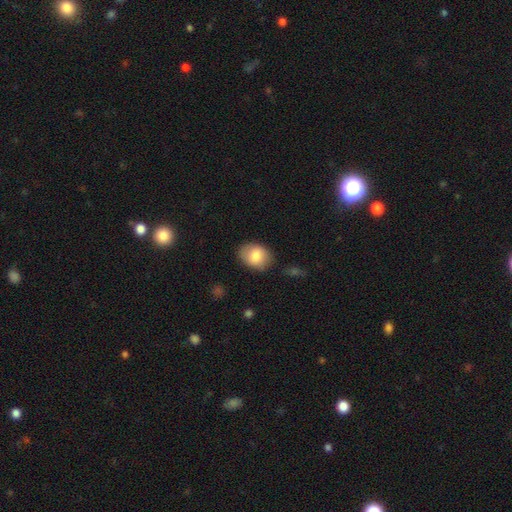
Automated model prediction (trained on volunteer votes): Overall: smooth (81%). How rounded: in between (66%; round 33%). Merging: none (82%).